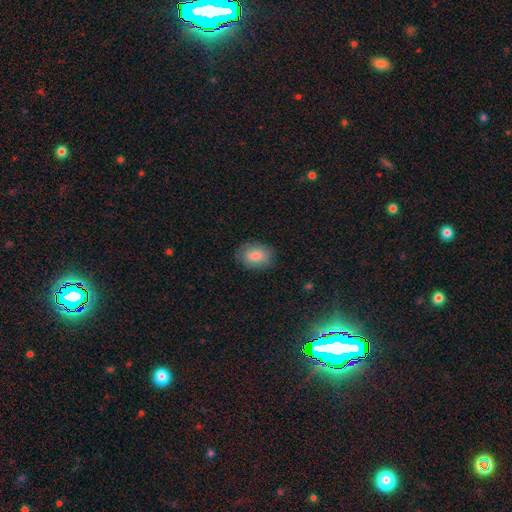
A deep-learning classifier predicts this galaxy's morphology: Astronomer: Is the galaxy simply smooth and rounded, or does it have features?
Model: smooth — 84%.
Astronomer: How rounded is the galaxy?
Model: in between — 77%.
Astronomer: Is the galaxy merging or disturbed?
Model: none — 80%.